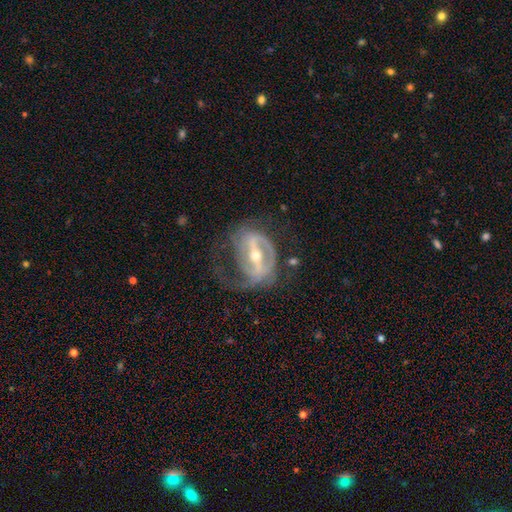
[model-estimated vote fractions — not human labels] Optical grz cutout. It shows a featured or disk galaxy (87%) with a strong bar (69%), 2 (56%) medium (44%) spiral arms (88%) and a small central bulge (49%). Merging: none (40%).